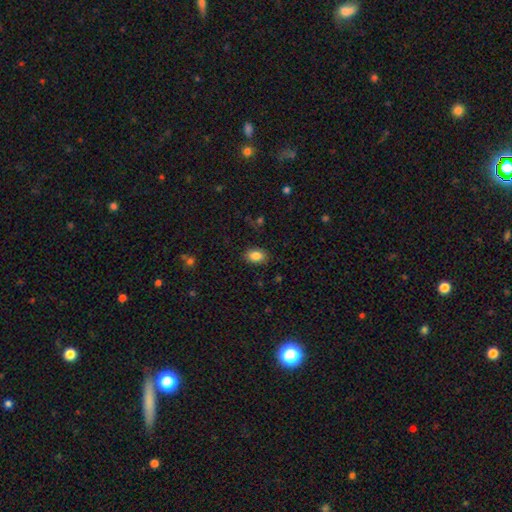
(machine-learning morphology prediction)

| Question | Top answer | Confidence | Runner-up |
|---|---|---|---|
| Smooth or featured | smooth | 86% | star or artifact (9%) |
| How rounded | in between | 81% | round (18%) |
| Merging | none | 87% | minor disturbance (10%) |